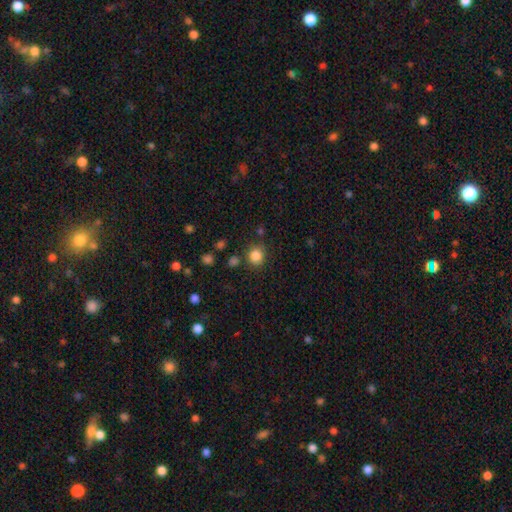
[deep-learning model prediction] Smooth or featured?
  - smooth: 84% *
  - star or artifact: 11%
  - featured or disk: 4%
How rounded?
  - round: 86% *
  - in between: 13%
  - cigar-shaped: 1%
Merging?
  - none: 81% *
  - minor disturbance: 10%
  - merger: 5%
  - major disturbance: 4%